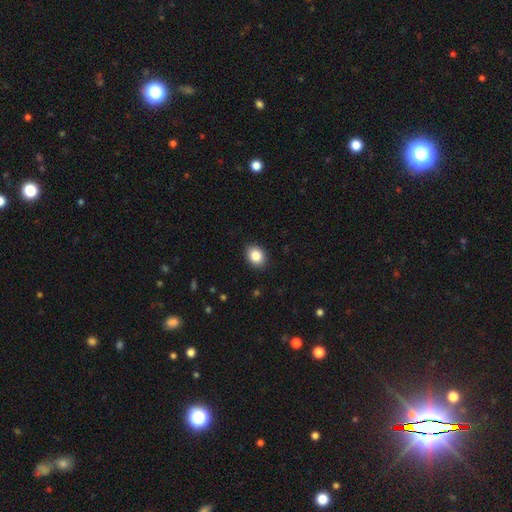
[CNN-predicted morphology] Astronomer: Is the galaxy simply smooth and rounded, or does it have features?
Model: smooth — 85%.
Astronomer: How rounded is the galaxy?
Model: in between — 58% (runner-up: round, 41%).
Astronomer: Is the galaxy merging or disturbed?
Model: none — 90%.